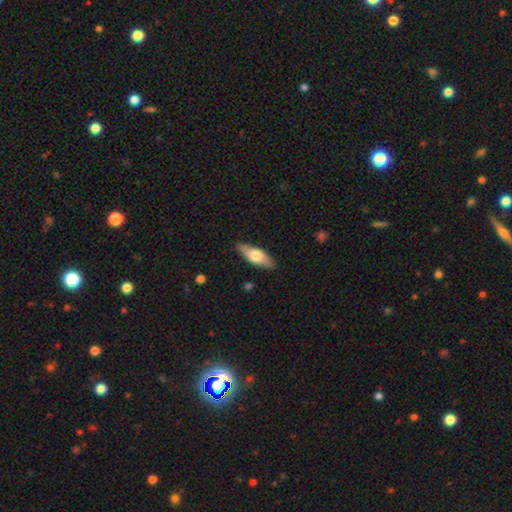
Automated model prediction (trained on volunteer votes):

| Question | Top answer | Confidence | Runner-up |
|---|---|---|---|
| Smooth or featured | smooth | 60% | featured or disk (35%) |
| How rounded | in between | 66% | cigar-shaped (31%) |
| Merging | none | 87% | minor disturbance (10%) |